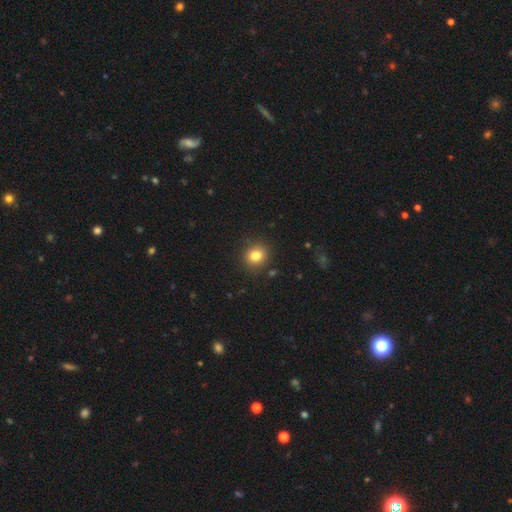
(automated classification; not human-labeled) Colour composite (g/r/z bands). It shows a smooth galaxy with no disk features (82%) that is round (82%). Merging: none (87%).